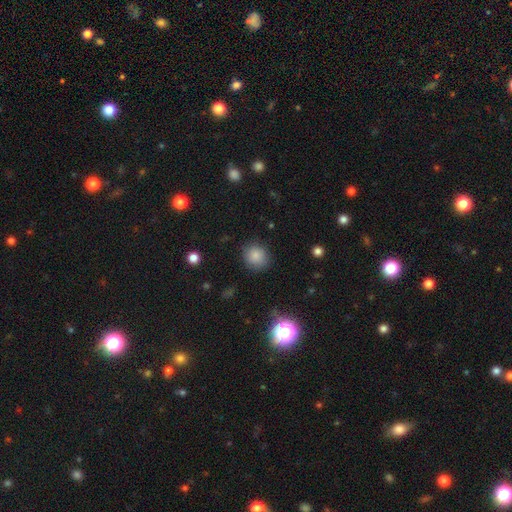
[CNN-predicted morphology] The model was most divided on "how rounded": round: 84%, in between: 15%, cigar-shaped: 1%. More confident: merging — none (83%); smooth or featured — smooth (82%).